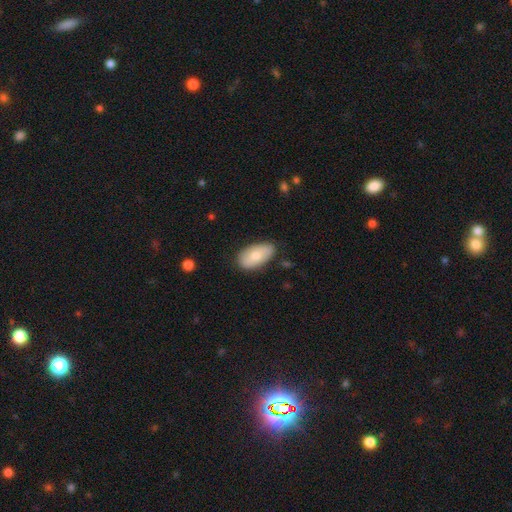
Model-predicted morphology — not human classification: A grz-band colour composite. It shows a smooth galaxy with no disk features (74%) that is in between round and cigar-shaped (94%). Merging: none (79%).